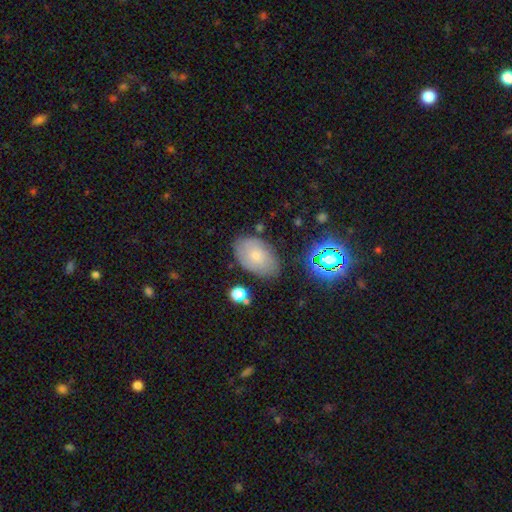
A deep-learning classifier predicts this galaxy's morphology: smooth_or_featured: smooth (p=0.57) [alt: featured or disk p=0.32]
how_rounded: in between (p=0.89) [alt: round p=0.09]
merging: none (p=0.74) [alt: minor disturbance p=0.18]